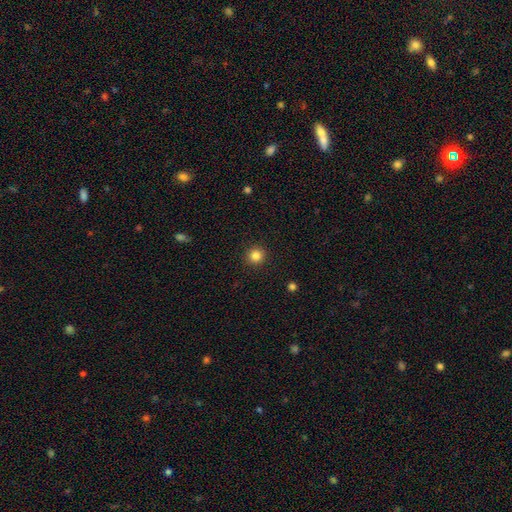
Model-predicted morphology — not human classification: This is clearly a smooth galaxy (84%). How rounded: clearly round (94%). Merging: clearly none (92%).